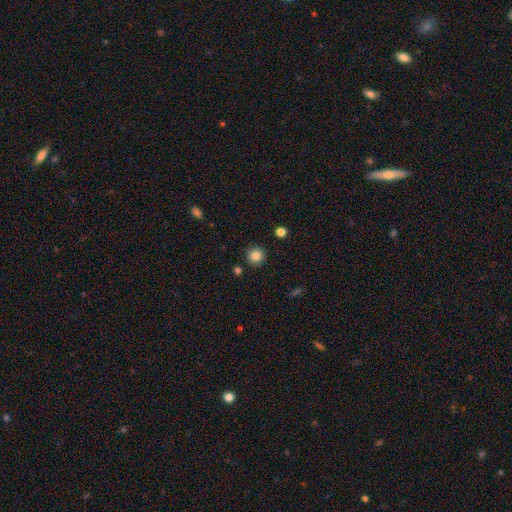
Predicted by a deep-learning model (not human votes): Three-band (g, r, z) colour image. It shows a smooth galaxy with no disk features (84%) that is round (94%). Merging: none (89%).